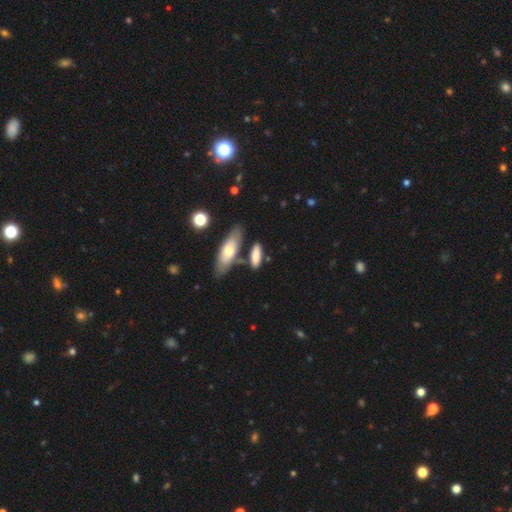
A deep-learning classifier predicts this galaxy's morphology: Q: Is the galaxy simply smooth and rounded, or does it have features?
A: smooth — 74%.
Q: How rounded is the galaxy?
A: in between — 54%.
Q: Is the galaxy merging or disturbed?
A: none — 65%.